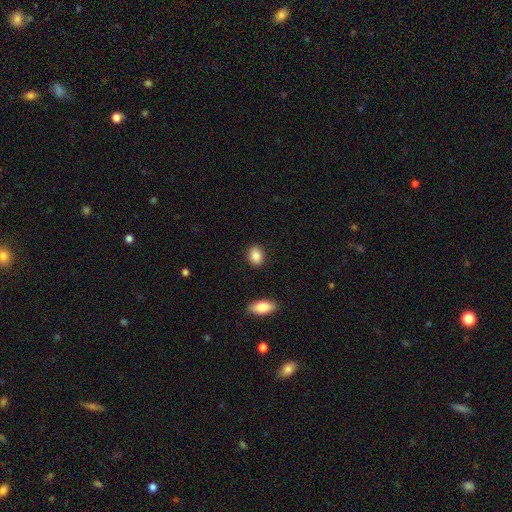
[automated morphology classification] A smooth galaxy with no disk features (88%) that is in between round and cigar-shaped (59%). Merging: none (89%).